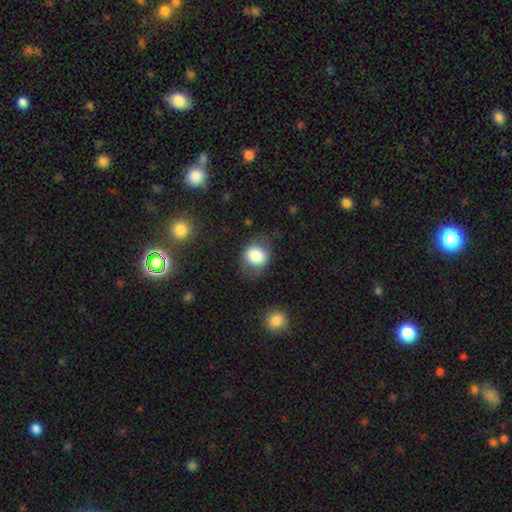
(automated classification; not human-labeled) smooth 79%, featured or disk 12%, star or artifact 9%. Down the decision tree: how rounded — round (73%); merging — none (72%).